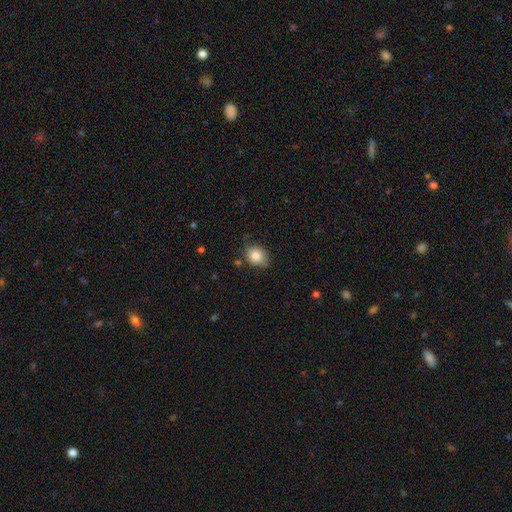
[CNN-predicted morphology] Smooth or featured? Predicted: smooth (p=0.84). How rounded? Predicted: round (p=0.54). Merging? Predicted: none (p=0.74).